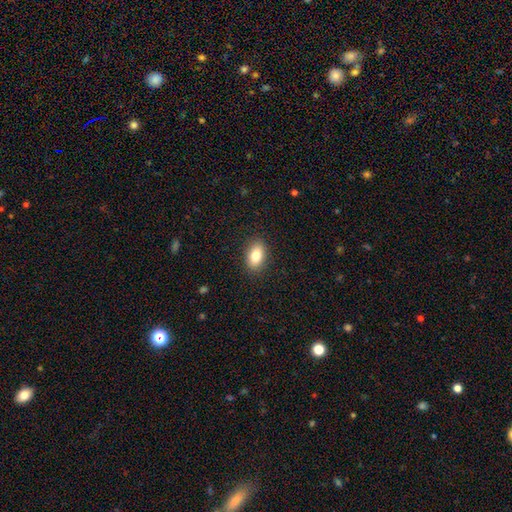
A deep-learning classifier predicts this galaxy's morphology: Smooth or featured? smooth (84%)
How rounded? in between (90%)
Merging? none (89%)